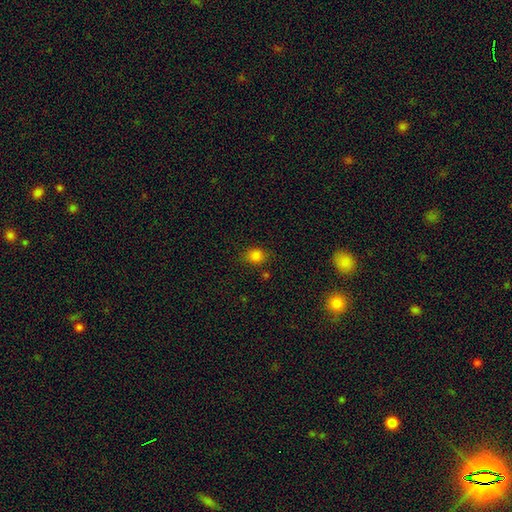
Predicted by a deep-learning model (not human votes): smooth_or_featured: smooth (p=0.81) [alt: star or artifact p=0.15]
how_rounded: round (p=0.55) [alt: in between p=0.43]
merging: none (p=0.75) [alt: minor disturbance p=0.17]